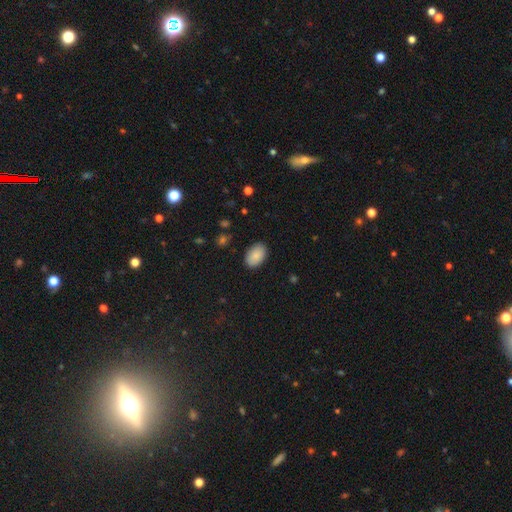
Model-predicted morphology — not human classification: A smooth galaxy with no disk features (88%) that is in between round and cigar-shaped (91%). Merging: none (88%).